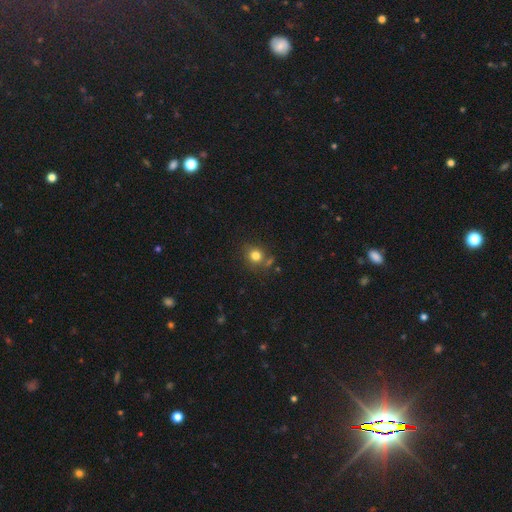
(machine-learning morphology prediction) Smooth or featured: smooth — 79% (star or artifact — 14%)
How rounded: round — 83% (in between — 16%)
Merging: none — 72% (minor disturbance — 14%)